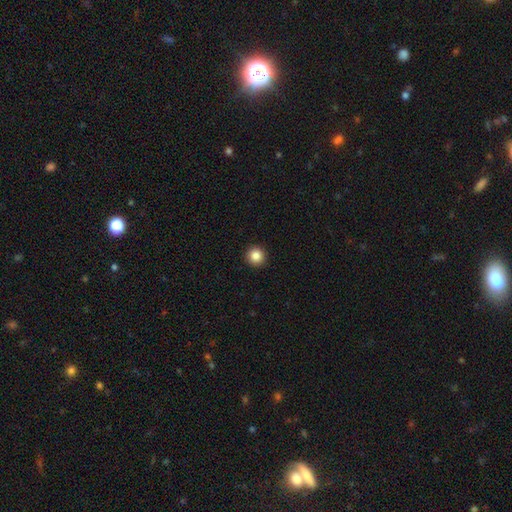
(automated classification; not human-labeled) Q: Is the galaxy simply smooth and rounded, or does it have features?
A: smooth — 86%.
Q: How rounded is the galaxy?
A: round — 95%.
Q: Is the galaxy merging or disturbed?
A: none — 93%.